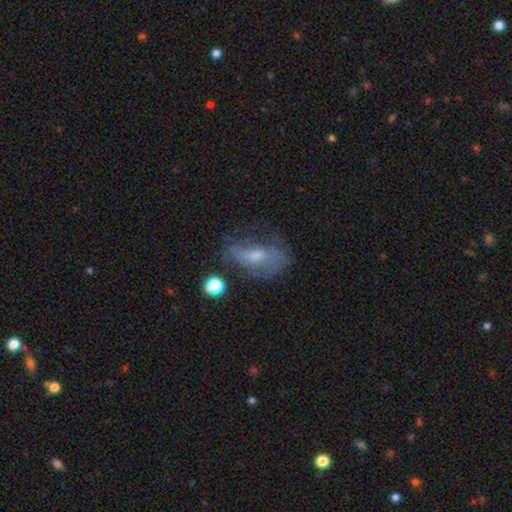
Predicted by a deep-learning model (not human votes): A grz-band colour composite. It shows a featured or disk galaxy (53%). Merging: none (43%).